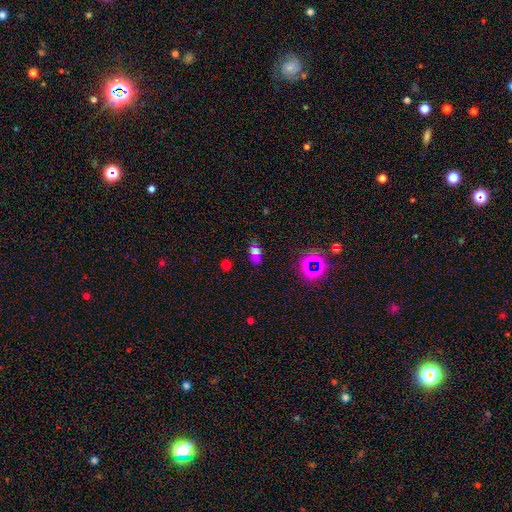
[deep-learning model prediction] smooth_or_featured: smooth (p=0.55) [alt: star or artifact p=0.33]
how_rounded: in between (p=0.76) [alt: round p=0.17]
merging: none (p=0.73) [alt: minor disturbance p=0.15]